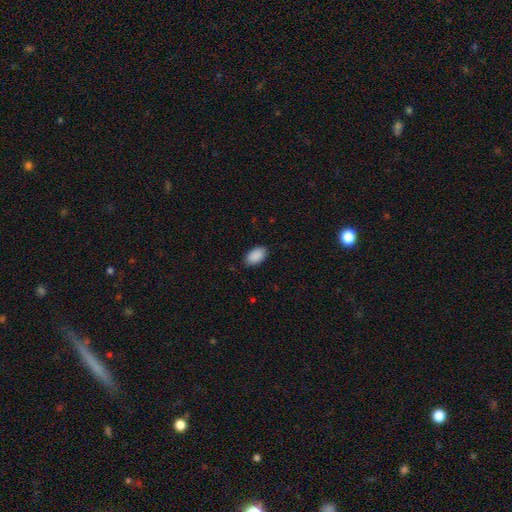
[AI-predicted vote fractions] This is clearly a smooth galaxy (91%). How rounded: clearly in between (94%). Merging: clearly none (87%).